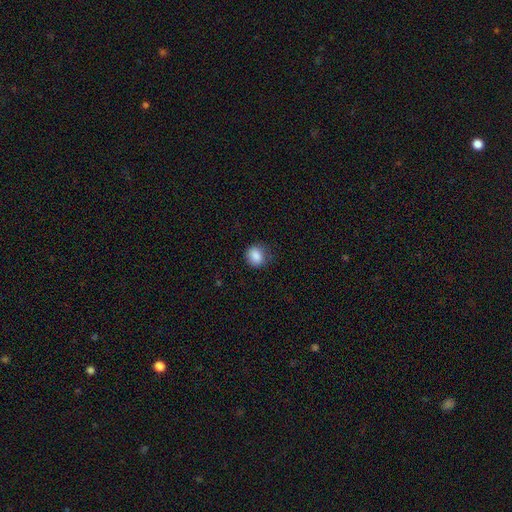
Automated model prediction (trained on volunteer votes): The model was most divided on "how rounded": round: 74%, in between: 25%, cigar-shaped: 1%. More confident: smooth or featured — smooth (86%); merging — none (75%).